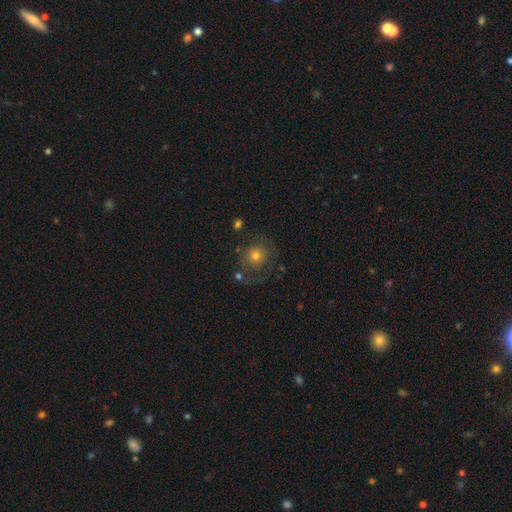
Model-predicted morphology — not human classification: type=smooth (61%); roundness=round (84%); merging=none (65%).